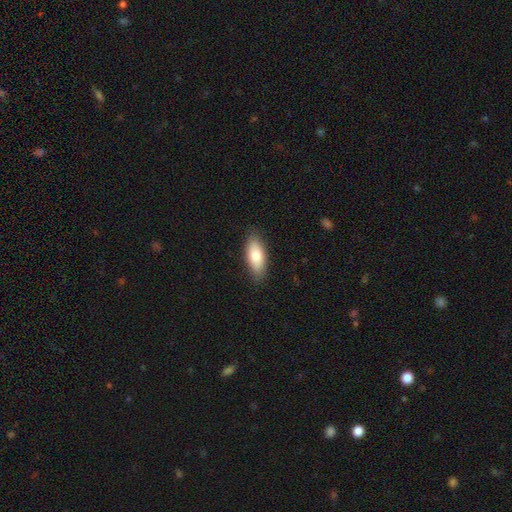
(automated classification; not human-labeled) Morphology: type=smooth (78%); roundness=in between (82%); merging=none (86%).